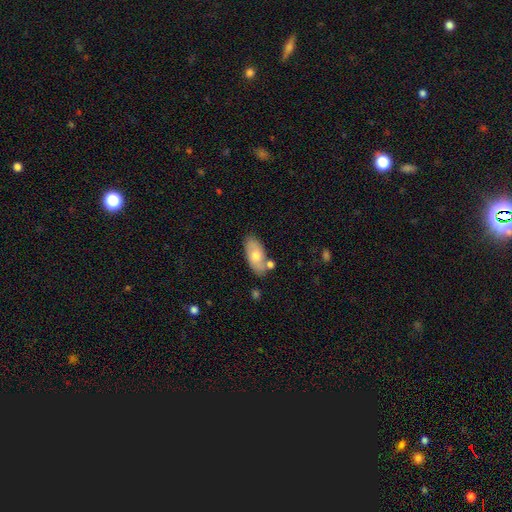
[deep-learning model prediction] A smooth galaxy with no disk features (66%) that is in between round and cigar-shaped (92%). Merging: none (70%).